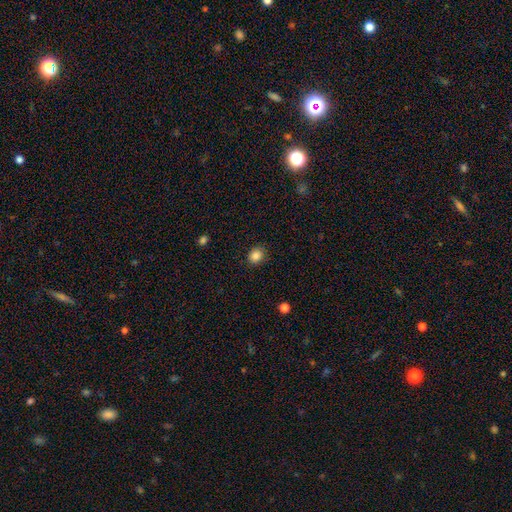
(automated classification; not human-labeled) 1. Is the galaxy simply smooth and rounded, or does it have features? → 86% smooth, 10% star or artifact, 4% featured or disk.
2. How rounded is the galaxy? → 62% round, 37% in between, 1% cigar-shaped.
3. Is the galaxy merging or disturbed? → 89% none, 8% minor disturbance, 2% major disturbance, 1% merger.